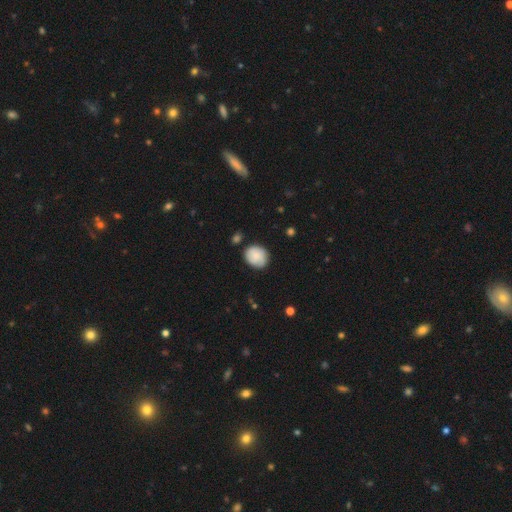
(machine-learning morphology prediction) A smooth galaxy with no disk features (80%) that is round (65%).

Vote fractions:
- Smooth or featured? smooth: 80% / featured or disk: 13% / star or artifact: 7%
- How rounded? round: 65% / in between: 34% / cigar-shaped: 1%
- Merging? none: 73% / minor disturbance: 20% / major disturbance: 4% / merger: 3%